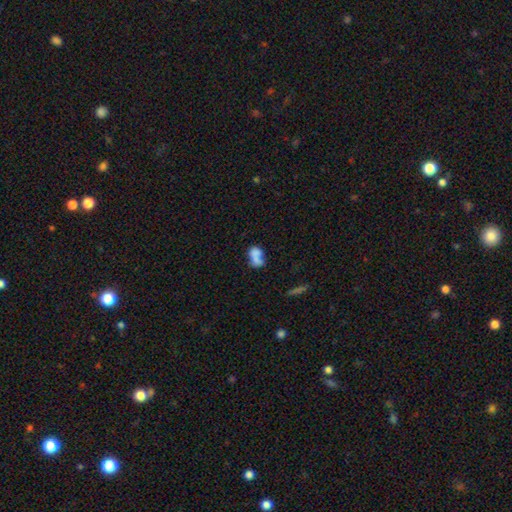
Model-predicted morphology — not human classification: This appears to be a smooth galaxy with no disk features (64%) that is in between round and cigar-shaped (74%). Merging: merger (53%).